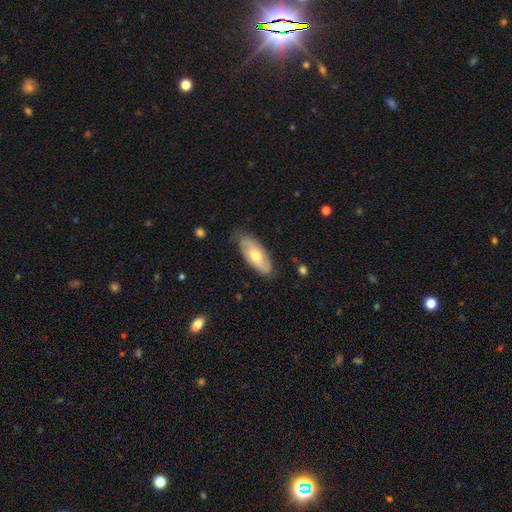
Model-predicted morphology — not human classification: Smooth or featured? smooth (51%)
How rounded? in between (81%)
Merging? none (74%)